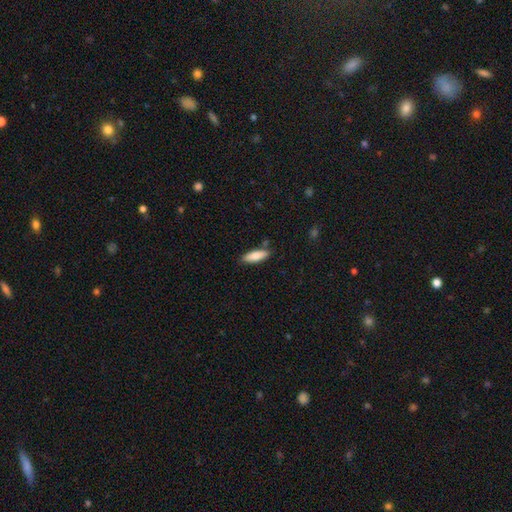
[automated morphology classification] This appears to be a smooth galaxy with no disk features (83%) that is in between round and cigar-shaped (60%). Merging: none (80%).